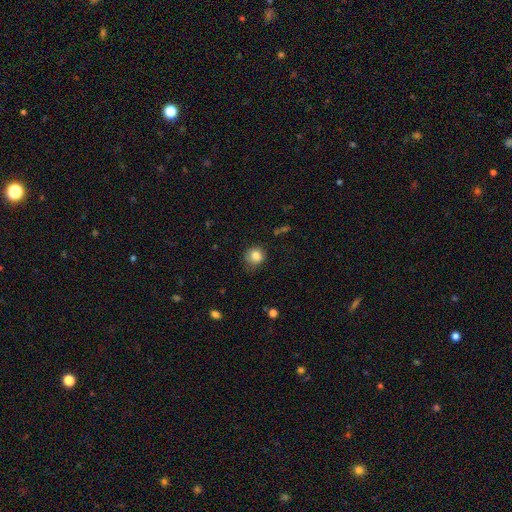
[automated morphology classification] smooth-or-featured: smooth: 84% | star or artifact: 10% | featured or disk: 6%
  how-rounded: round: 80% | in between: 19% | cigar-shaped: 1%
  merging: none: 67% | minor disturbance: 25% | major disturbance: 7% | merger: 2%